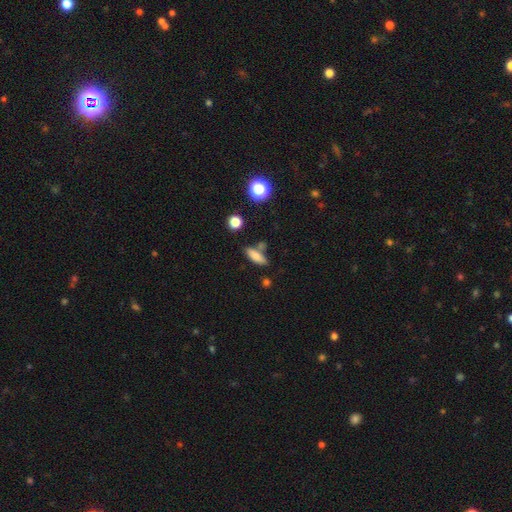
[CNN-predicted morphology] smooth 77%, featured or disk 14%, star or artifact 10%. Down the decision tree: how rounded — in between (60%); merging — none (67%).